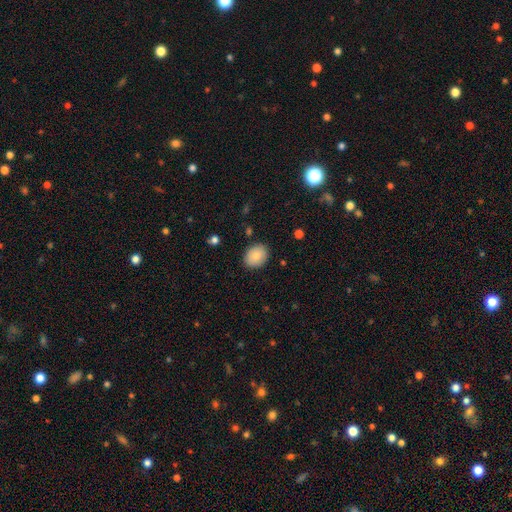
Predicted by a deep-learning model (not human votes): A smooth galaxy with no disk features (84%) that is in between round and cigar-shaped (57%). Merging: none (87%).